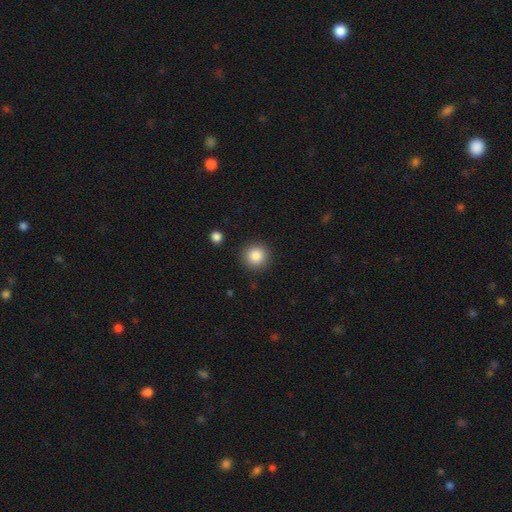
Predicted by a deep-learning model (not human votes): This is clearly a smooth galaxy (86%). How rounded: clearly round (94%). Merging: clearly none (90%).